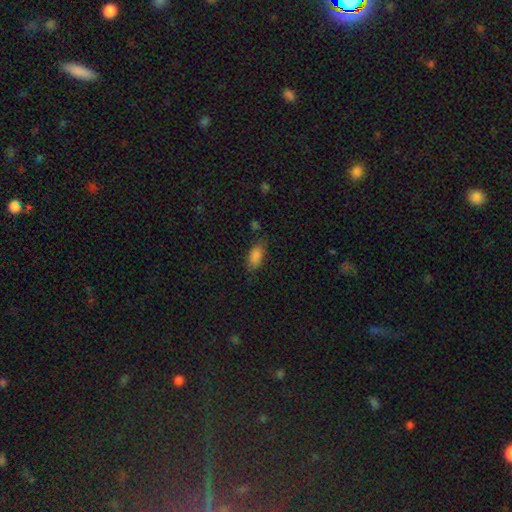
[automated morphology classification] Smooth or featured?
  - smooth: 85% *
  - star or artifact: 9%
  - featured or disk: 5%
How rounded?
  - in between: 89% *
  - cigar-shaped: 8%
  - round: 4%
Merging?
  - none: 69% *
  - minor disturbance: 22%
  - major disturbance: 6%
  - merger: 3%